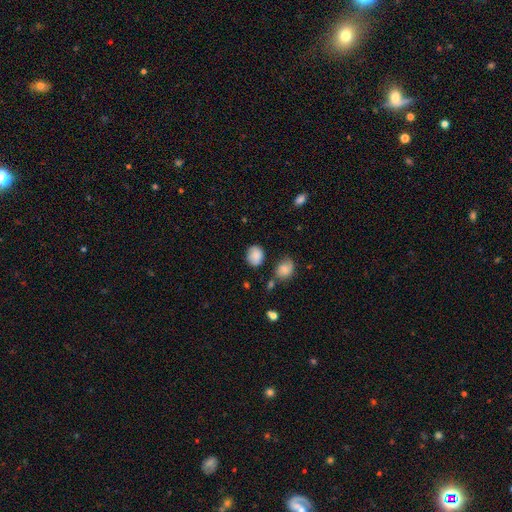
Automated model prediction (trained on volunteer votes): A smooth galaxy with no disk features (83%) that is round (62%). Merging: none (74%).